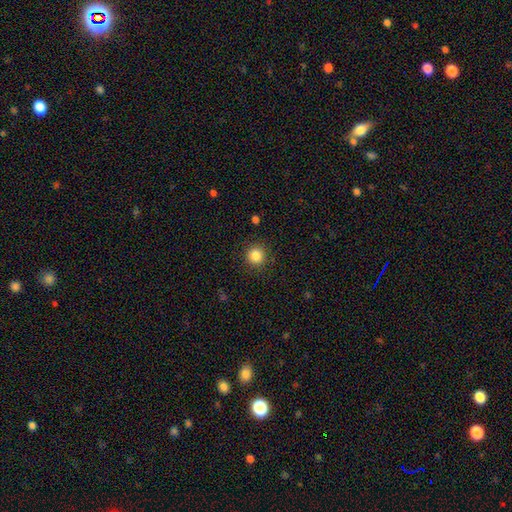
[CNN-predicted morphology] A smooth galaxy with no disk features (85%) that is round (93%).

Vote fractions:
- Smooth or featured? smooth: 85% / star or artifact: 11% / featured or disk: 4%
- How rounded? round: 93% / in between: 6% / cigar-shaped: 1%
- Merging? none: 91% / minor disturbance: 6% / major disturbance: 2% / merger: 1%